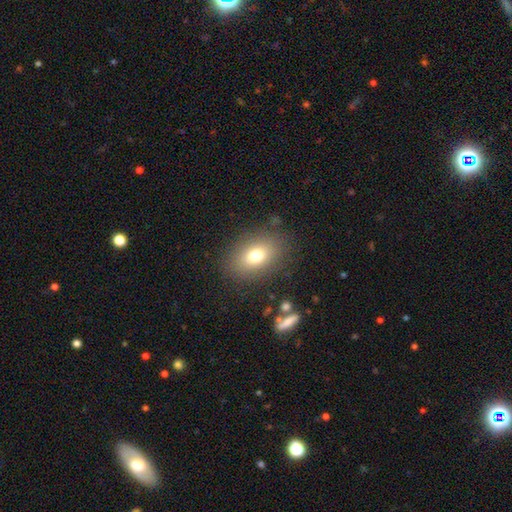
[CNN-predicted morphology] A smooth galaxy with no disk features (75%) that is in between round and cigar-shaped (76%).

Vote fractions:
- Smooth or featured? smooth: 75% / featured or disk: 13% / star or artifact: 12%
- How rounded? in between: 76% / round: 23% / cigar-shaped: 1%
- Merging? none: 83% / minor disturbance: 10% / major disturbance: 5% / merger: 2%